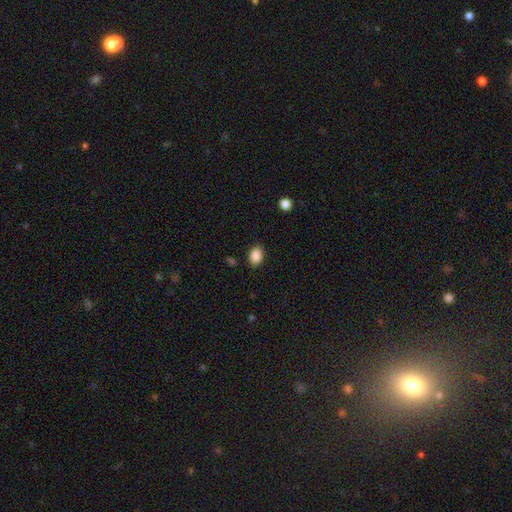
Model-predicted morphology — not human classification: Smooth or featured? smooth (88%)
How rounded? in between (74%)
Merging? none (86%)